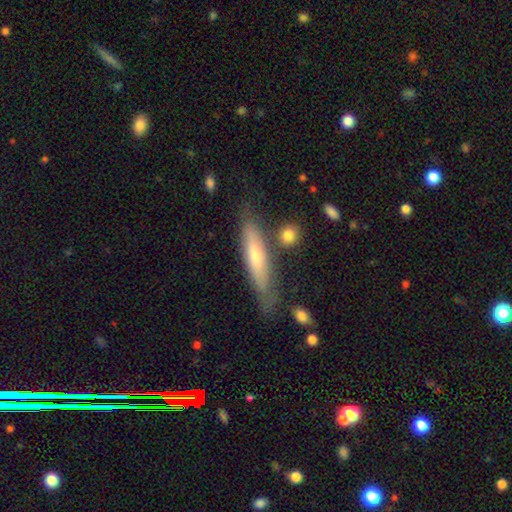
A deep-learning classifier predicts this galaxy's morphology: Q: Smooth or featured?
A: smooth (50%); runner-up: featured or disk (44%)
Q: Merging?
A: none (72%); runner-up: minor disturbance (18%)